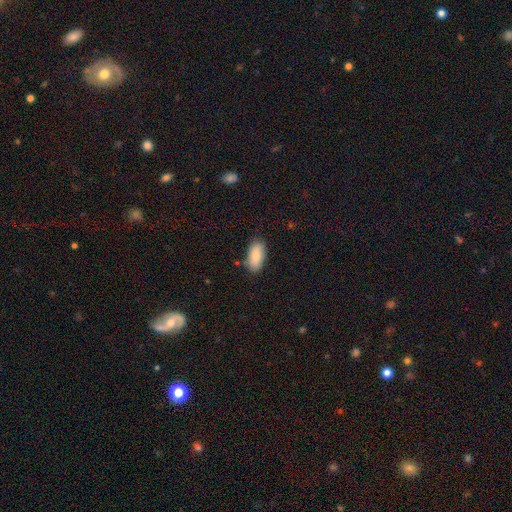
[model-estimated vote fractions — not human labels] smooth-or-featured: smooth: 86% | featured or disk: 8% | star or artifact: 6%
  how-rounded: in between: 93% | cigar-shaped: 5% | round: 3%
  merging: none: 81% | minor disturbance: 14% | major disturbance: 3% | merger: 2%